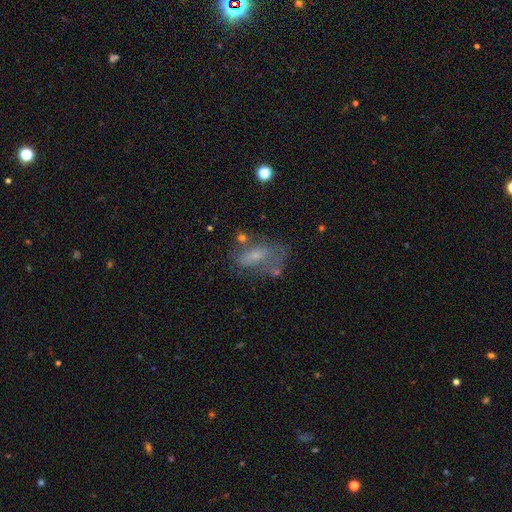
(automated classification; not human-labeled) The model was most divided on "smooth or featured": smooth: 45%, featured or disk: 41%, star or artifact: 14%. Remaining: merging — none (43%).